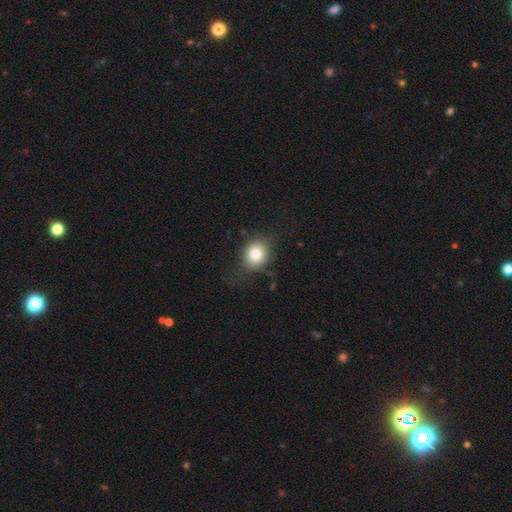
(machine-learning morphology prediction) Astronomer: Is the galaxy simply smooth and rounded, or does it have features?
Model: smooth — 77%.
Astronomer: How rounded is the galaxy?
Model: round — 62% (runner-up: in between, 37%).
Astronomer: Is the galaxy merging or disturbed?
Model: none — 70%.